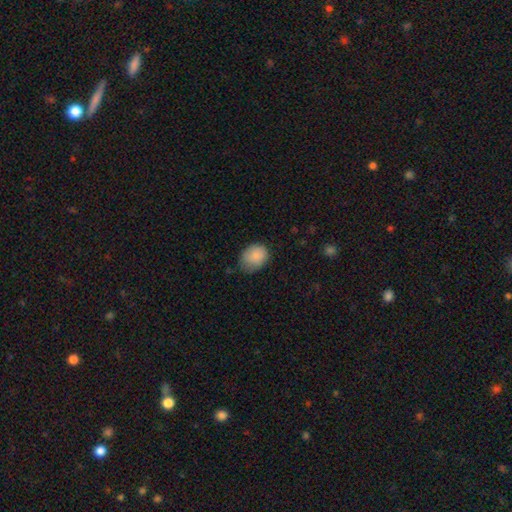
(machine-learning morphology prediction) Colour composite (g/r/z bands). It shows a smooth galaxy with no disk features (87%) that is in between round and cigar-shaped (52%). Merging: none (61%).